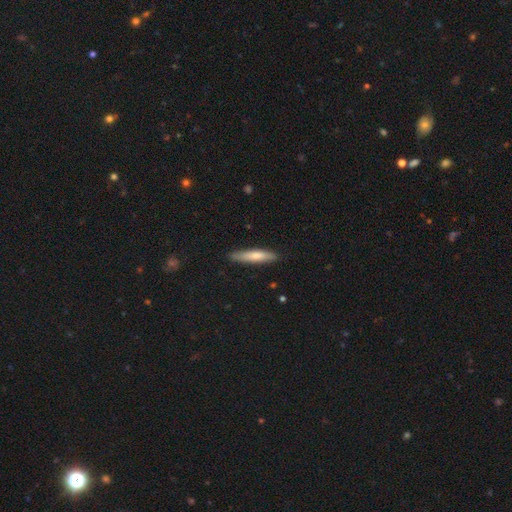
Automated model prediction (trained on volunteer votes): This appears to be a smooth galaxy with no disk features (70%) that is cigar-shaped (87%). Merging: none (86%).